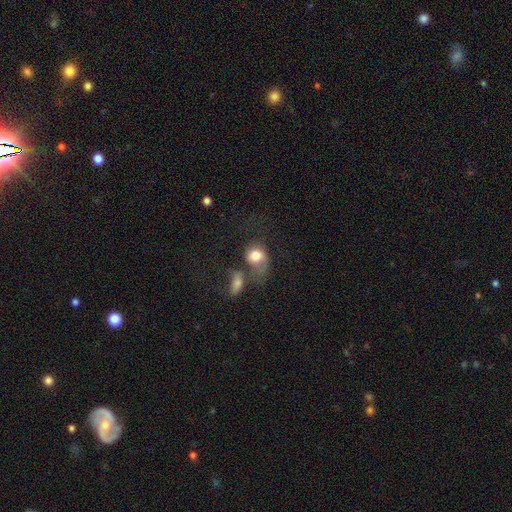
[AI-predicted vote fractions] smooth-or-featured: smooth: 73% | featured or disk: 18% | star or artifact: 8%
  how-rounded: in between: 51% | round: 47% | cigar-shaped: 2%
  merging: merger: 43% | major disturbance: 24% | none: 19% | minor disturbance: 14%